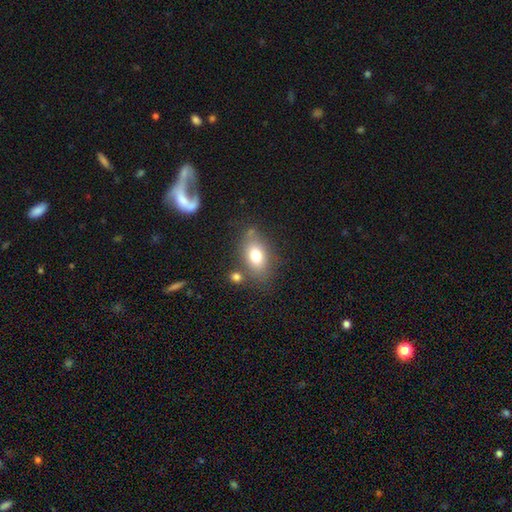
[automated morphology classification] This is likely a smooth galaxy (75%). How rounded: clearly in between (83%). Merging: likely none (68%).